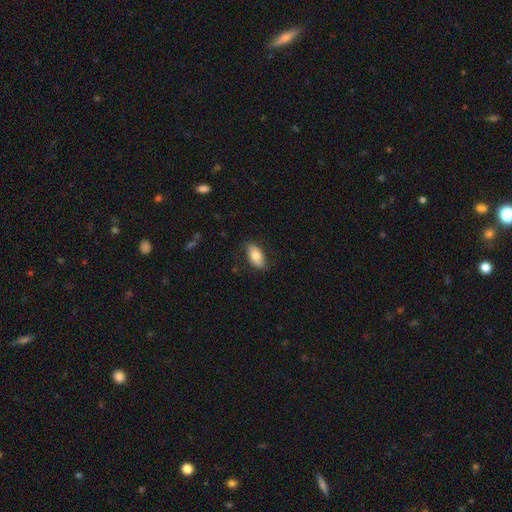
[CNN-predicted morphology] Overall: smooth (69%). How rounded: in between (90%). Merging: none (77%).